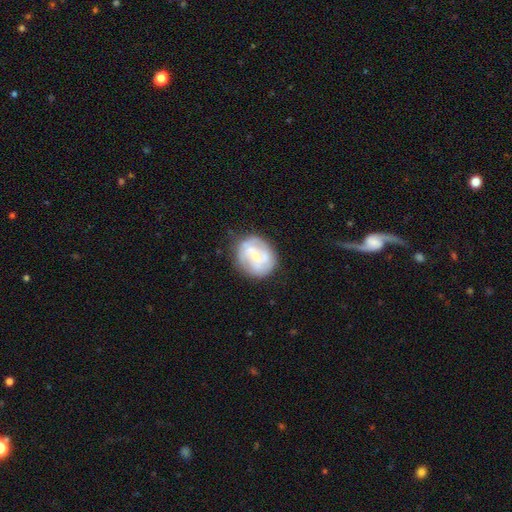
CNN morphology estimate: Smooth or featured? Predicted: featured or disk (p=0.66). Edge-on disk? Predicted: no (p=0.98). Bar? Predicted: weak (p=0.44). Spiral arms? Predicted: yes (p=0.75). Bulge size? Predicted: small (p=0.59). Merging? Predicted: none (p=0.71).